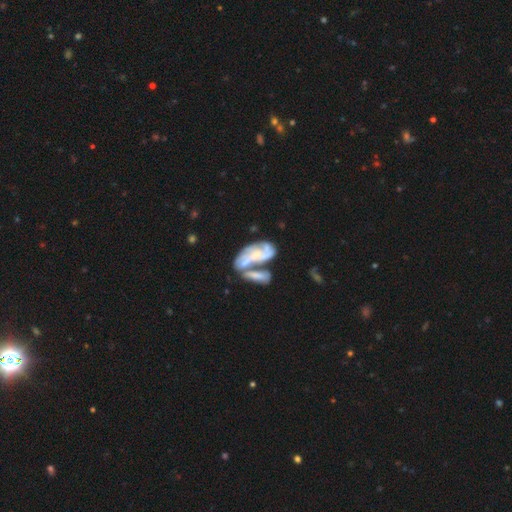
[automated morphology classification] Q: Smooth or featured?
A: featured or disk (68%); runner-up: smooth (24%)
Q: Edge-on disk?
A: no (93%); runner-up: yes (7%)
Q: Bar?
A: no (65%); runner-up: weak (24%)
Q: Spiral arms?
A: yes (70%); runner-up: no (30%)
Q: Bulge size?
A: small (39%); runner-up: none (31%)
Q: Merging?
A: merger (61%); runner-up: none (18%)